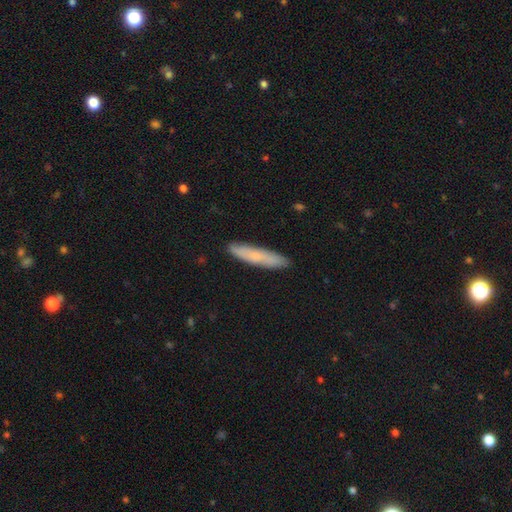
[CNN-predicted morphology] smooth-or-featured: smooth: 67% | featured or disk: 27% | star or artifact: 6%
  how-rounded: cigar-shaped: 88% | in between: 10% | round: 1%
  merging: none: 88% | minor disturbance: 9% | major disturbance: 2% | merger: 1%